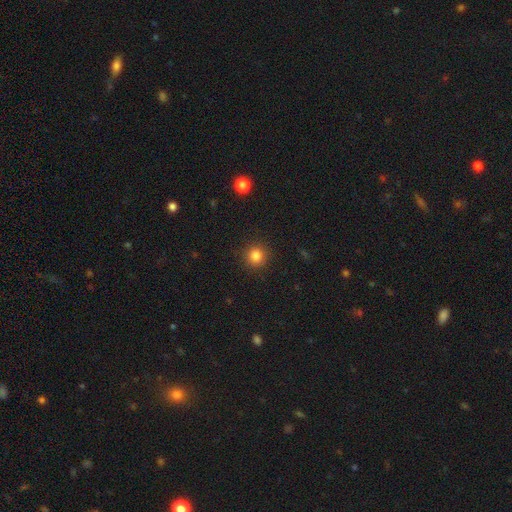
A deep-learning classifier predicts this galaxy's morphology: A smooth galaxy with no disk features (83%) that is round (92%). Merging: none (91%).